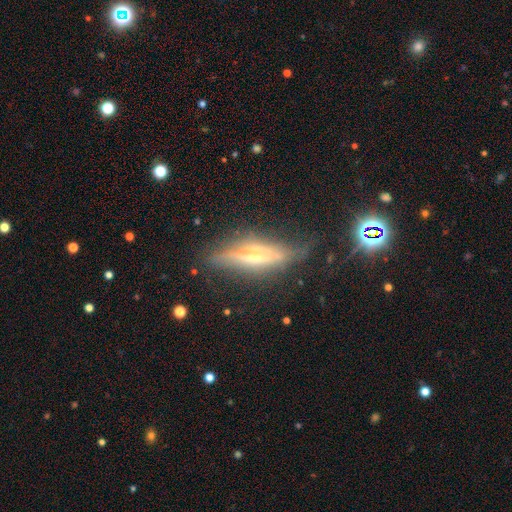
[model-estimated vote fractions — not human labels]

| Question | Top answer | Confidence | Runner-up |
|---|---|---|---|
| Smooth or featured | featured or disk | 70% | smooth (21%) |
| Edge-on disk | yes | 89% | no (11%) |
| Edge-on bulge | rounded | 66% | boxy (18%) |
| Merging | none | 65% | minor disturbance (22%) |